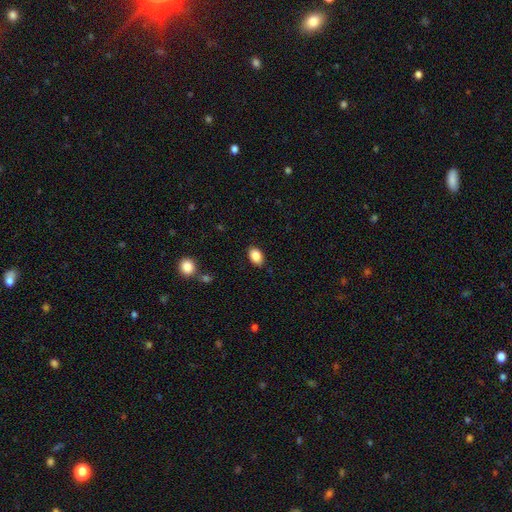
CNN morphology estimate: Smooth or featured? smooth (88%)
How rounded? in between (86%)
Merging? none (88%)